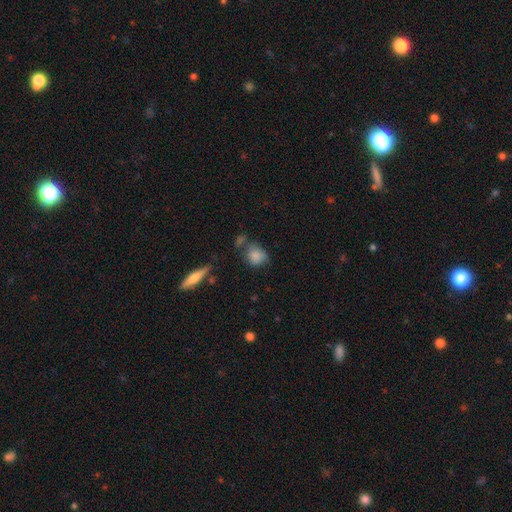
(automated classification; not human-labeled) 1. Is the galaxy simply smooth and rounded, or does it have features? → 80% smooth, 10% featured or disk, 9% star or artifact.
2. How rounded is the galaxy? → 55% round, 42% in between, 3% cigar-shaped.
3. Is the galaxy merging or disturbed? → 50% none, 25% minor disturbance, 16% merger, 9% major disturbance.